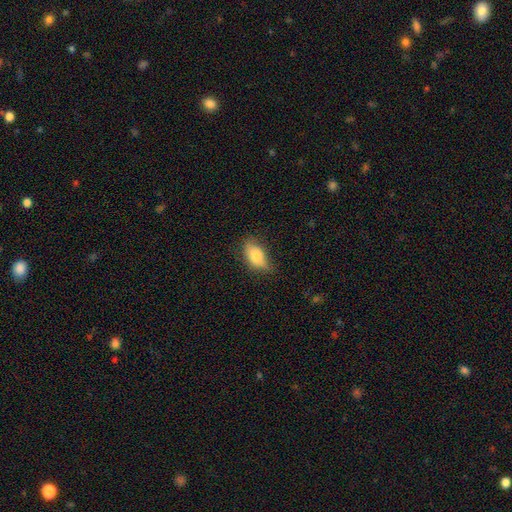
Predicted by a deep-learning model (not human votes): smooth_or_featured: smooth (p=0.78) [alt: featured or disk p=0.15]
how_rounded: in between (p=0.88) [alt: cigar-shaped p=0.06]
merging: none (p=0.68) [alt: minor disturbance p=0.26]